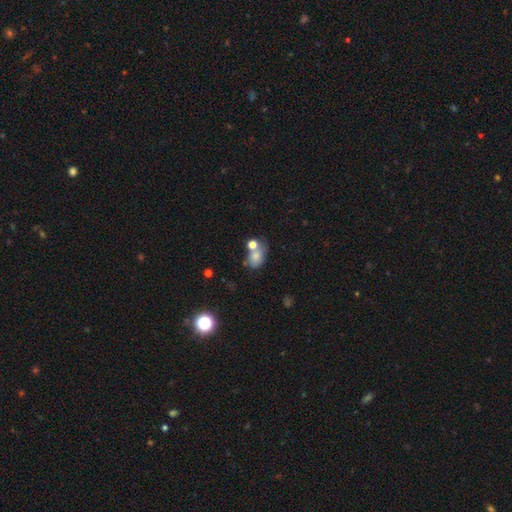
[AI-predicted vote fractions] This appears to be a smooth galaxy with no disk features (74%) that is in between round and cigar-shaped (69%). Merging: none (40%).